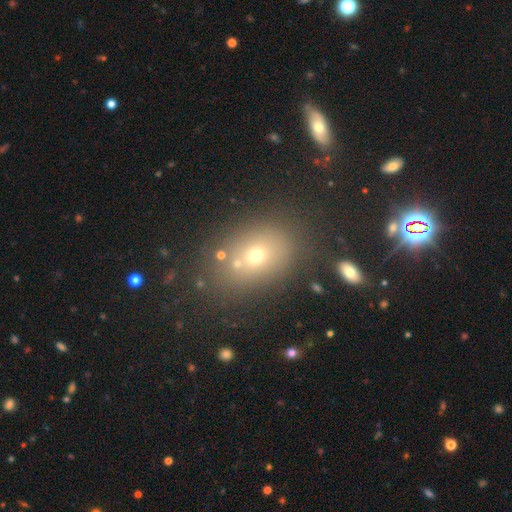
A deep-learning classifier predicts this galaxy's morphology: Smooth or featured? smooth (61%)
How rounded? in between (60%)
Merging? none (70%)